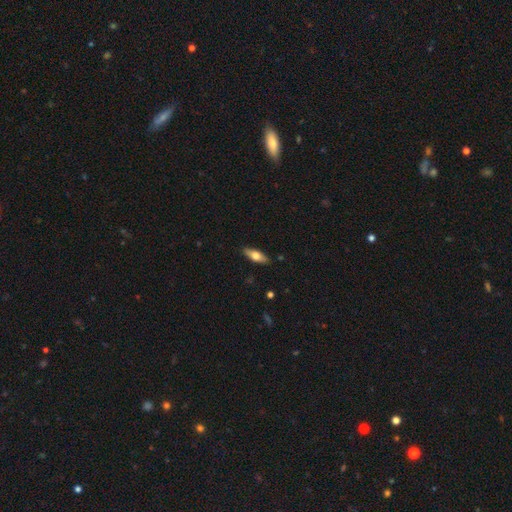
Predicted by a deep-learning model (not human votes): Morphology: type=smooth (62%); roundness=in between (63%); merging=none (88%).